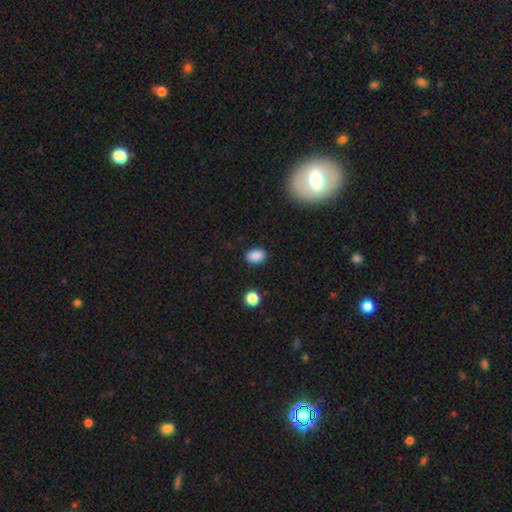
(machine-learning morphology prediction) Smooth or featured: smooth — 87% (star or artifact — 9%)
How rounded: in between — 80% (round — 18%)
Merging: none — 87% (minor disturbance — 9%)